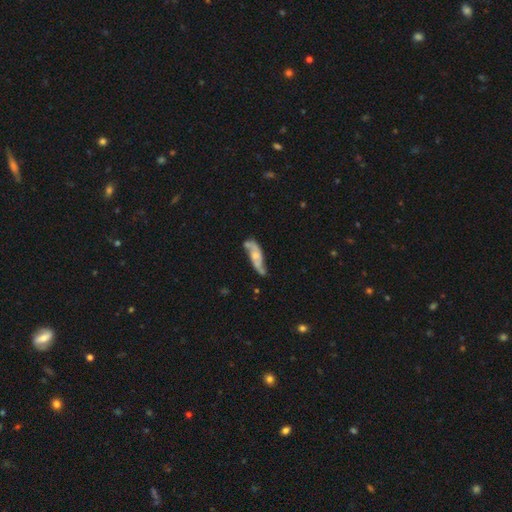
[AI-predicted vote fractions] Overall: featured or disk (66%; smooth 28%). Edge-on disk: no (83%). Bar: no (62%; weak 31%). Spiral arms: yes (86%). Bulge size: small (46%; moderate 39%). Merging: none (53%; minor disturbance 27%).